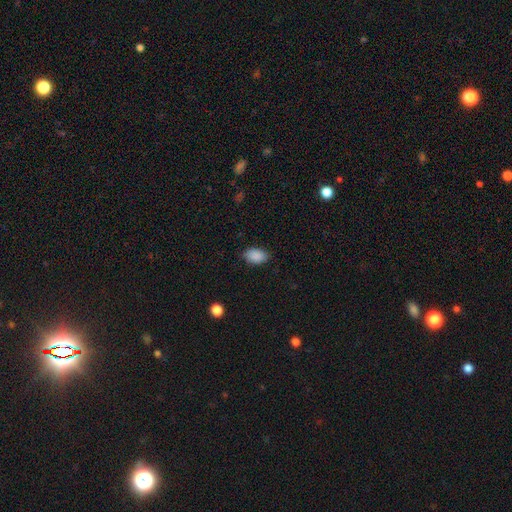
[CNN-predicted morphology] The model was most divided on "merging": none: 84%, minor disturbance: 13%, major disturbance: 3%, merger: 1%. More confident: how rounded — in between (90%); smooth or featured — smooth (89%).